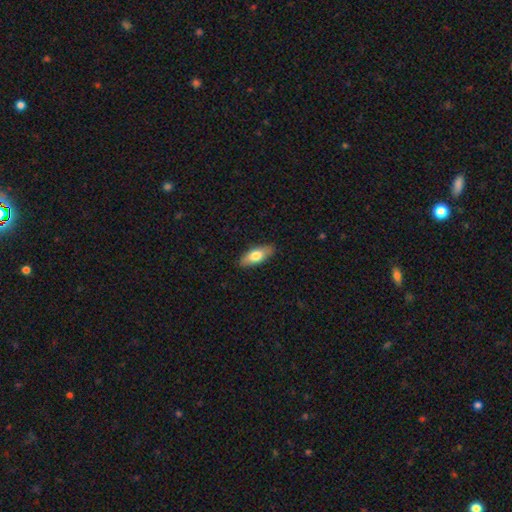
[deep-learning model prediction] Overall: smooth (72%). How rounded: in between (77%). Merging: none (87%).